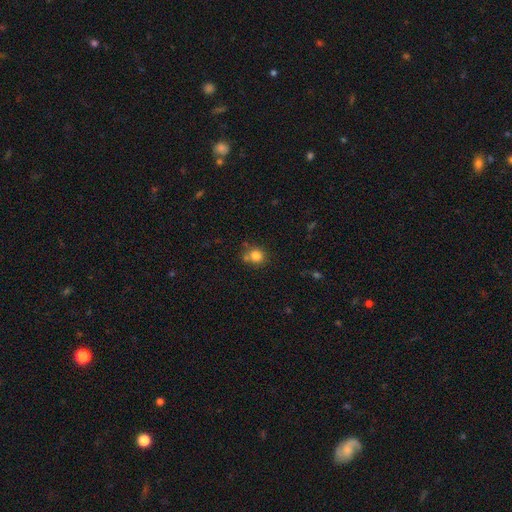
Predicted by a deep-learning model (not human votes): Smooth or featured: smooth — 80% (star or artifact — 12%)
How rounded: round — 86% (in between — 13%)
Merging: none — 66% (merger — 16%)